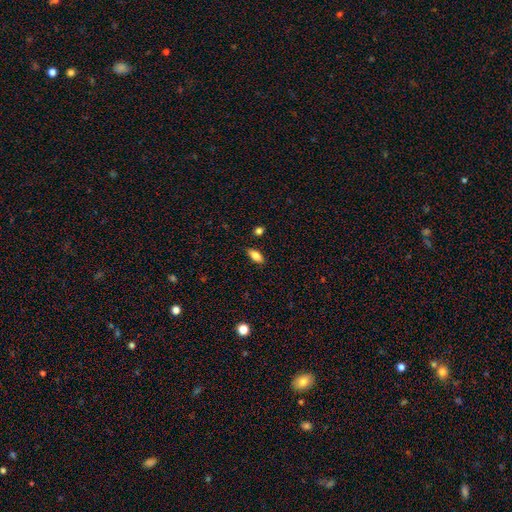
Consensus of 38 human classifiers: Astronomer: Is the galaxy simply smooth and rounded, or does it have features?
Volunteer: smooth — 79%.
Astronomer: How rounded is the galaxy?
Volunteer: in between — 90%.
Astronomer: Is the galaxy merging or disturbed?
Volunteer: none — 83%.